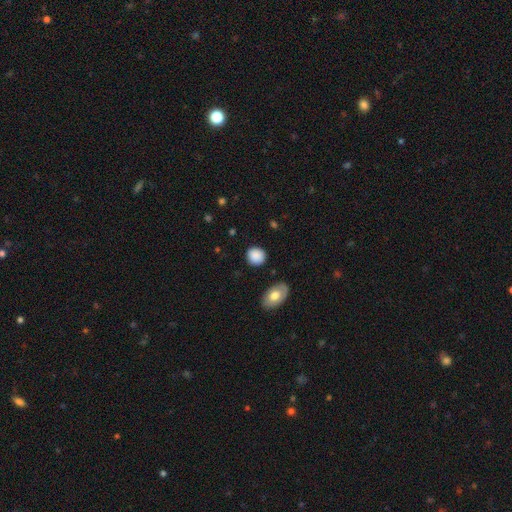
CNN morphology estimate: This is clearly a smooth galaxy (86%). How rounded: likely round (79%). Merging: clearly none (85%).